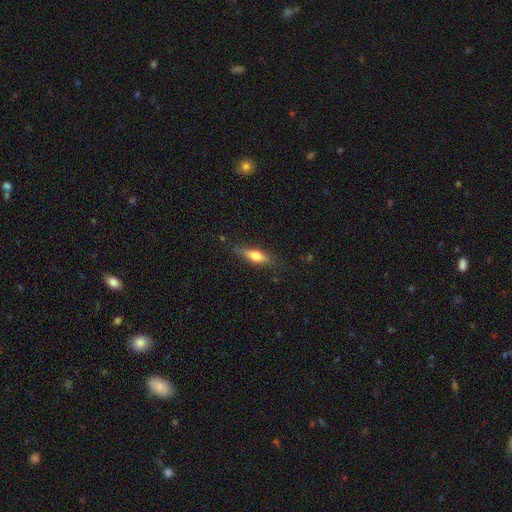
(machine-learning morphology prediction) Overall: smooth (54%; featured or disk 39%). How rounded: cigar-shaped (56%; in between 41%). Merging: none (80%).